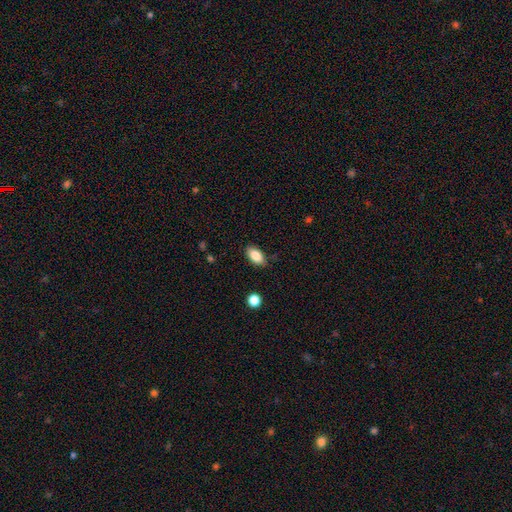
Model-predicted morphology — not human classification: type=smooth (86%); roundness=in between (91%); merging=none (85%).